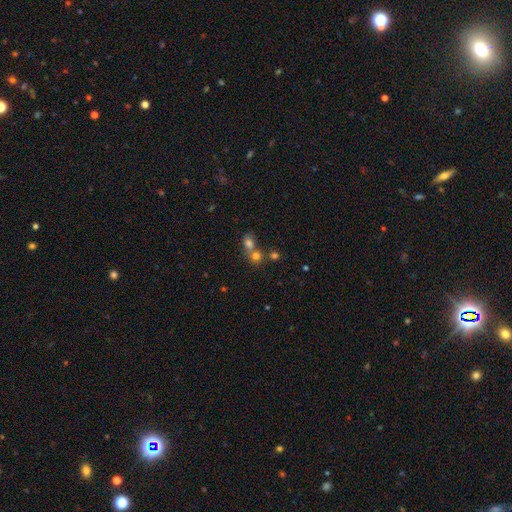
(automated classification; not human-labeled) Smooth or featured? Predicted: smooth (p=0.72). How rounded? Predicted: round (p=0.75). Merging? Predicted: merger (p=0.53).